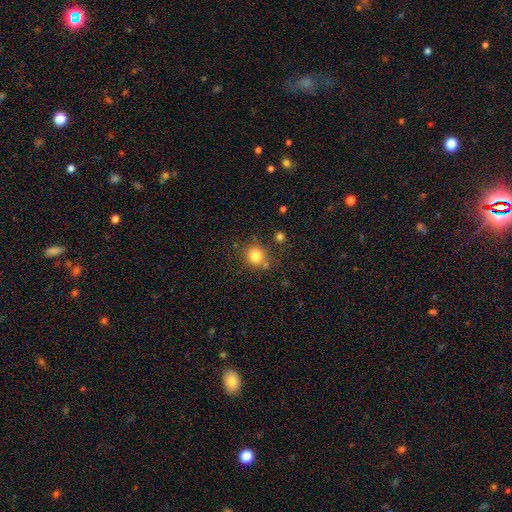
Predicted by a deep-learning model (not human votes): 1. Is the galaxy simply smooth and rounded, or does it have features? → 81% smooth, 12% star or artifact, 7% featured or disk.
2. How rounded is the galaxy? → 83% round, 16% in between, 1% cigar-shaped.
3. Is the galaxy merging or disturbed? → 75% none, 13% minor disturbance, 9% merger, 4% major disturbance.